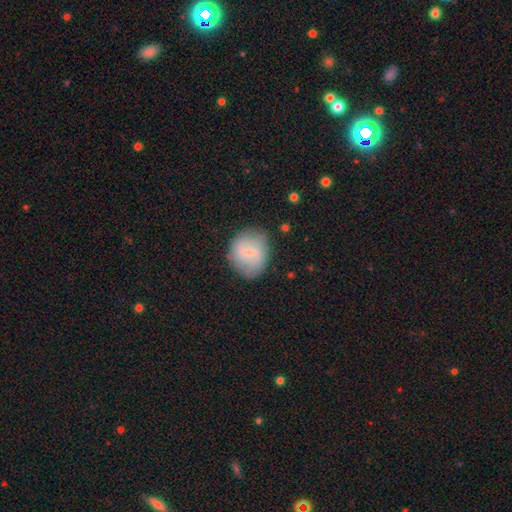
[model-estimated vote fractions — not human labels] Smooth or featured?
  - smooth: 50% *
  - featured or disk: 42%
  - star or artifact: 8%
Merging?
  - none: 76% *
  - minor disturbance: 16%
  - major disturbance: 6%
  - merger: 2%